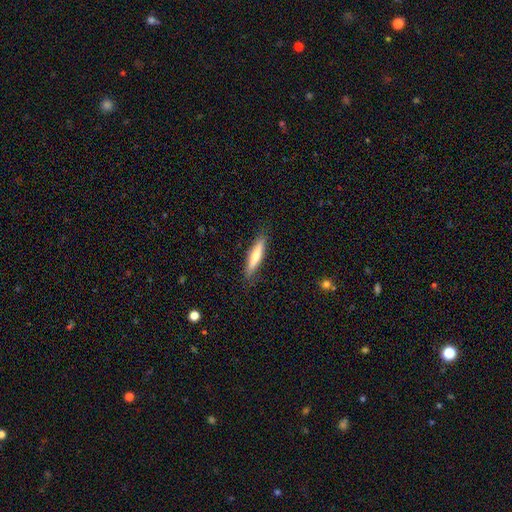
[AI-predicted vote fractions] This appears to be a smooth galaxy with no disk features (61%) that is cigar-shaped (88%). Merging: none (87%).